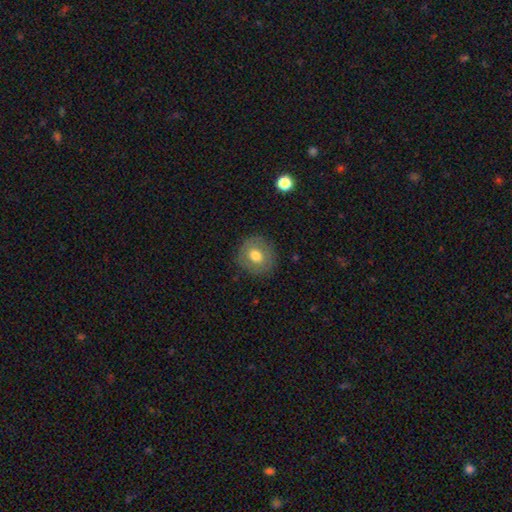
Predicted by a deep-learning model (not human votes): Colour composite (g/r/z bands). It shows a smooth galaxy with no disk features (65%) that is round (87%). Merging: none (86%).